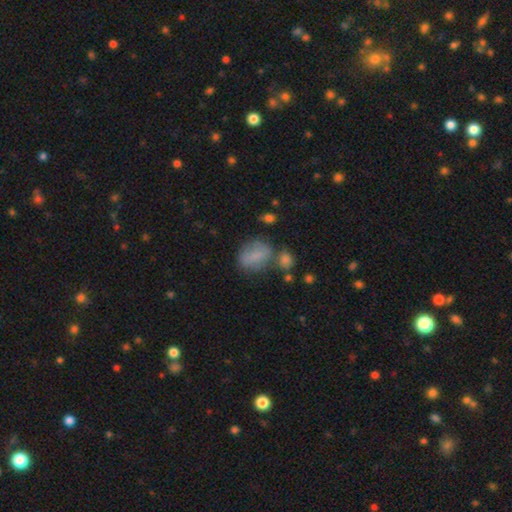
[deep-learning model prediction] A smooth galaxy with no disk features (71%) that is in between round and cigar-shaped (67%).

Vote fractions:
- Smooth or featured? smooth: 71% / featured or disk: 18% / star or artifact: 11%
- How rounded? in between: 67% / round: 31% / cigar-shaped: 3%
- Merging? none: 51% / minor disturbance: 22% / merger: 17% / major disturbance: 10%